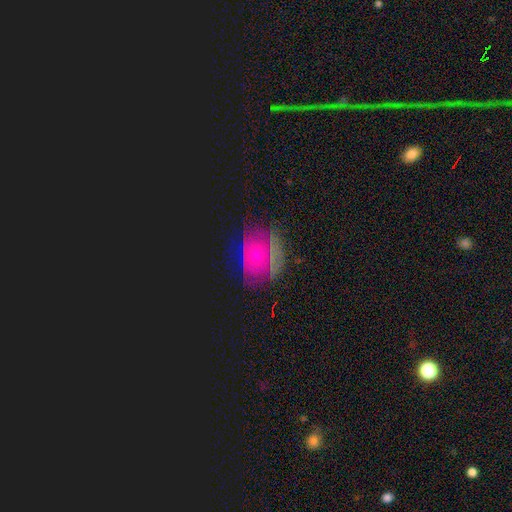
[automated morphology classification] This appears to be a star or artifact, not a galaxy (39%).